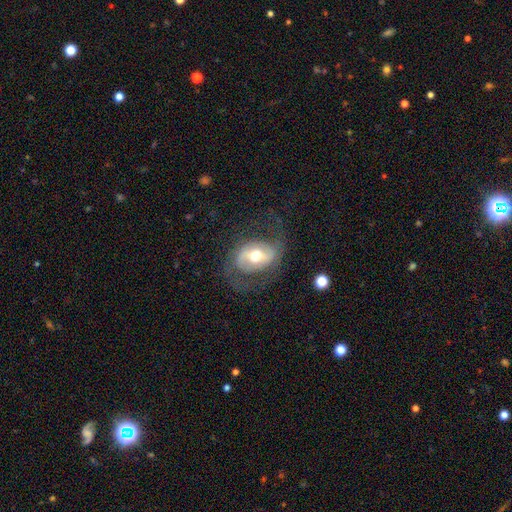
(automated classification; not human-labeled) Smooth or featured: featured or disk — 74% (smooth — 20%)
Edge-on disk: no — 95% (yes — 5%)
Bar: weak — 39% (strong — 37%)
Spiral arms: yes — 77% (no — 23%)
Spiral winding: medium — 44% (loose — 39%)
Spiral arm count: 2 — 85% (can't tell — 8%)
Bulge size: moderate — 73% (large — 13%)
Merging: none — 65% (major disturbance — 18%)